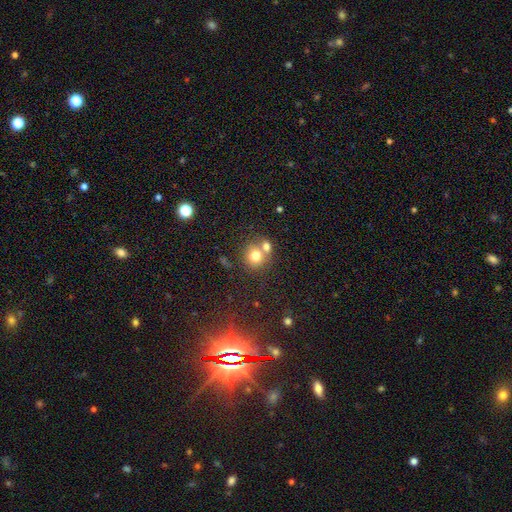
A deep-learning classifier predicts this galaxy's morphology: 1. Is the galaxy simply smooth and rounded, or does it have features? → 74% smooth, 14% featured or disk, 12% star or artifact.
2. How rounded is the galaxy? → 83% round, 16% in between, 1% cigar-shaped.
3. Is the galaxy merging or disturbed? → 47% none, 41% merger, 8% minor disturbance, 3% major disturbance.